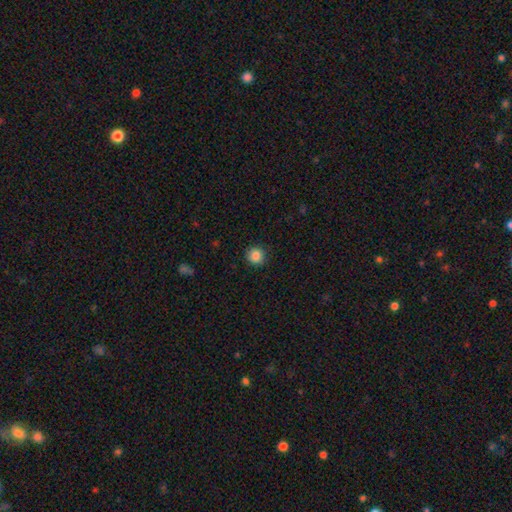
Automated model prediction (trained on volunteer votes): smooth_or_featured: smooth (p=0.86) [alt: star or artifact p=0.10]
how_rounded: round (p=0.90) [alt: in between p=0.09]
merging: none (p=0.89) [alt: minor disturbance p=0.08]